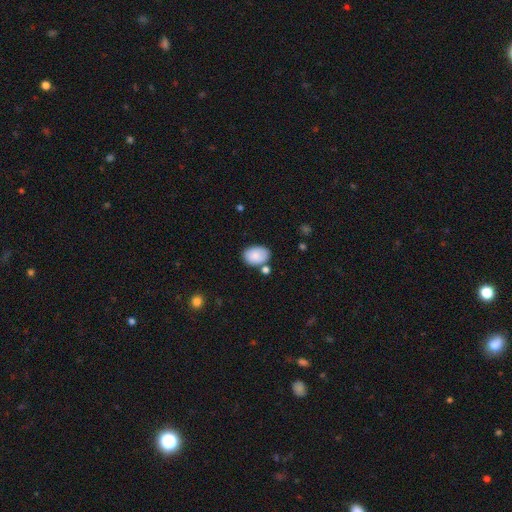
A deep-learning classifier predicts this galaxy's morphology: A smooth galaxy with no disk features (86%) that is in between round and cigar-shaped (83%).

Vote fractions:
- Smooth or featured? smooth: 86% / featured or disk: 7% / star or artifact: 7%
- How rounded? in between: 83% / round: 16% / cigar-shaped: 1%
- Merging? none: 69% / minor disturbance: 17% / merger: 11% / major disturbance: 4%